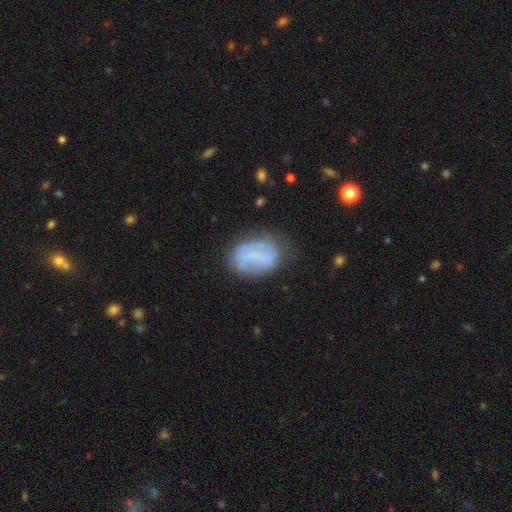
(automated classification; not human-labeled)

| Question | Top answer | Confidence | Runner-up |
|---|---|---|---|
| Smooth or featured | smooth | 46% | featured or disk (45%) |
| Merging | none | 61% | minor disturbance (25%) |